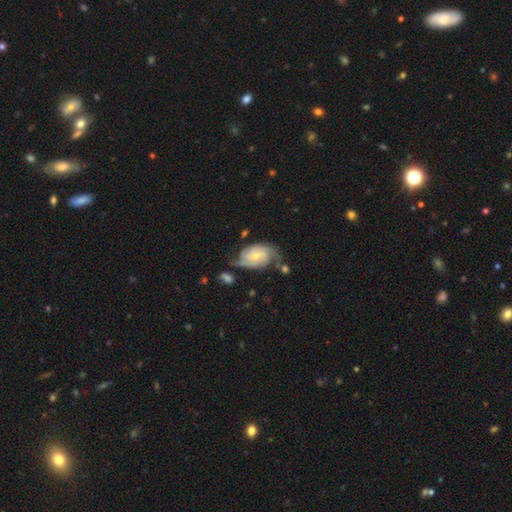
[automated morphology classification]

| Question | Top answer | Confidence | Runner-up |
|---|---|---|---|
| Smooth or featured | featured or disk | 83% | smooth (11%) |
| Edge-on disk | no | 97% | yes (3%) |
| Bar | no | 56% | weak (37%) |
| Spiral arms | yes | 96% | no (4%) |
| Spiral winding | tight | 52% | medium (36%) |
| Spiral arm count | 2 | 61% | 3 (16%) |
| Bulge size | small | 51% | moderate (44%) |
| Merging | none | 57% | minor disturbance (24%) |